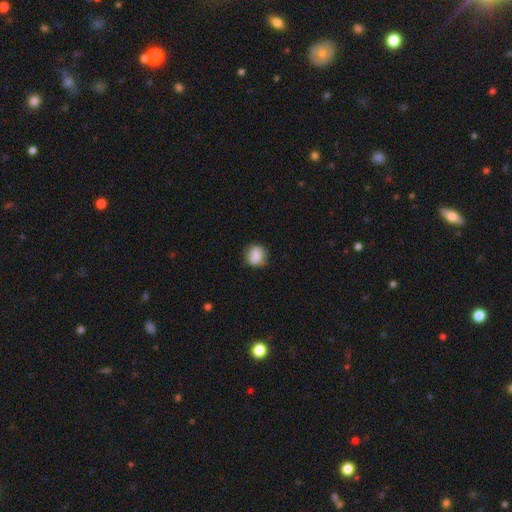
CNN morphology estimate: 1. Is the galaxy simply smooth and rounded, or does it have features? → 79% smooth, 13% featured or disk, 8% star or artifact.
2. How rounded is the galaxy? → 68% round, 31% in between, 2% cigar-shaped.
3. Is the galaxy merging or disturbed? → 68% none, 23% minor disturbance, 6% major disturbance, 4% merger.